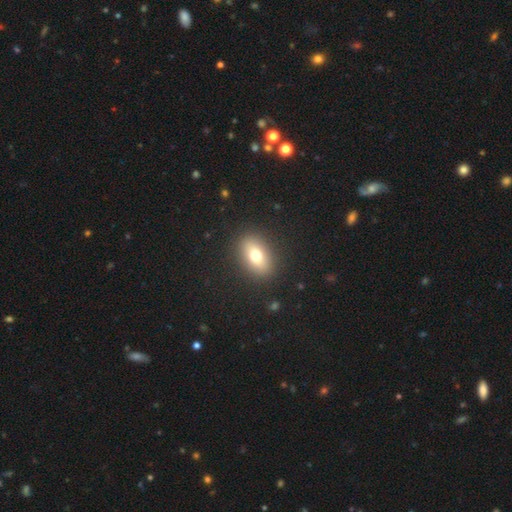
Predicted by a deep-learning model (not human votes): smooth 73%, featured or disk 17%, star or artifact 10%. Down the decision tree: how rounded — in between (82%); merging — none (88%).